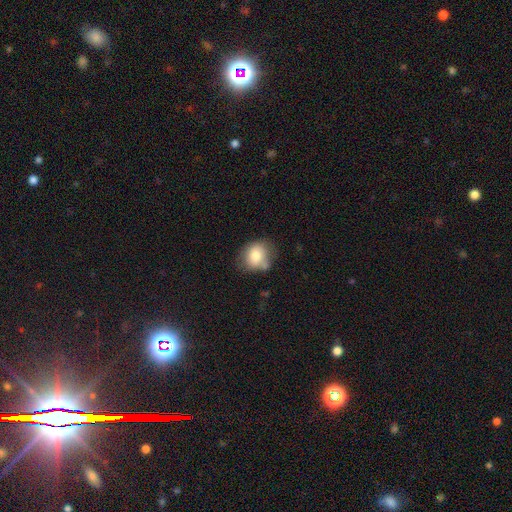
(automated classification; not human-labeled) This appears to be a smooth galaxy with no disk features (78%) that is round (59%). Merging: none (56%).